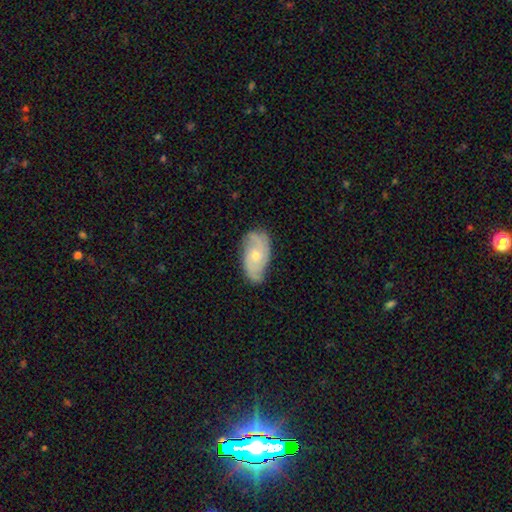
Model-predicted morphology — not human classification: featured or disk 70%, smooth 24%, star or artifact 6%. Down the decision tree: edge-on disk — no (95%); bar — no (76%); spiral arms — yes (91%); spiral arm count — 2 (54%); spiral winding — medium (43%); bulge size — small (52%); merging — none (72%).